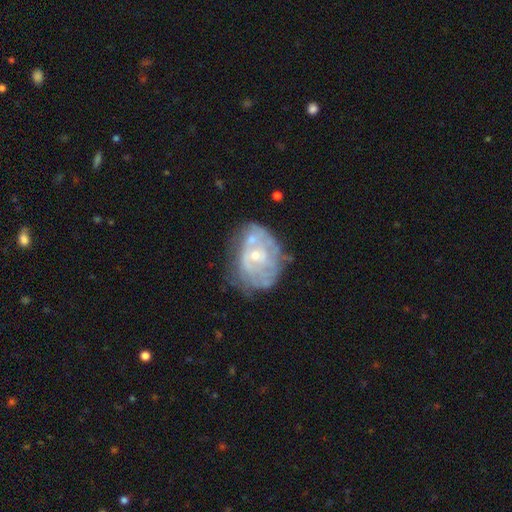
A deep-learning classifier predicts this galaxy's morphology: A featured or disk galaxy (74%) with no bar (74%), spiral arms (59%) and a small central bulge (64%).

Vote fractions:
- Smooth or featured? featured or disk: 74% / smooth: 19% / star or artifact: 8%
- Edge-on disk? no: 97% / yes: 3%
- Bar? no: 74% / weak: 22% / strong: 4%
- Spiral arms? yes: 59% / no: 41%
- Bulge size? small: 64% / moderate: 31% / none: 3% / large: 1% / dominant: 1%
- Merging? none: 43% / minor disturbance: 27% / major disturbance: 18% / merger: 12%